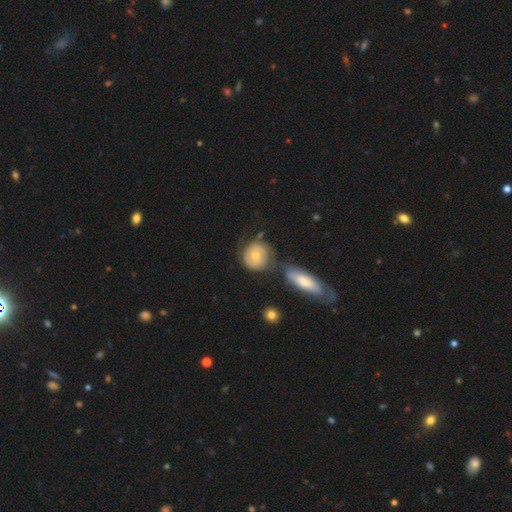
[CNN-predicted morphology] smooth_or_featured: featured or disk (p=0.60) [alt: smooth p=0.34]
disk_edge_on: no (p=0.95) [alt: yes p=0.05]
bar: no (p=0.76) [alt: weak p=0.20]
has_spiral_arms: yes (p=0.73) [alt: no p=0.27]
bulge_size: moderate (p=0.66) [alt: small p=0.29]
merging: none (p=0.57) [alt: minor disturbance p=0.18]